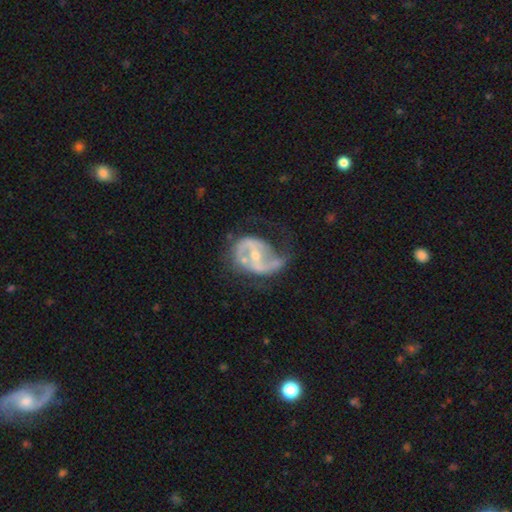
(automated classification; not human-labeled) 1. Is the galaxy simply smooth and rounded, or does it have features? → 82% featured or disk, 11% smooth, 6% star or artifact.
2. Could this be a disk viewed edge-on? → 97% no, 3% yes.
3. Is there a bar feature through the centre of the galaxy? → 37% weak, 36% strong, 27% no.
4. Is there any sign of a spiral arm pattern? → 82% yes, 18% no.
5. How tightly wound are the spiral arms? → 44% medium, 38% loose, 18% tight.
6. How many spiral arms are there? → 68% 2, 18% 1, 10% can't tell, 2% 3, 1% 4, 1% more than 4.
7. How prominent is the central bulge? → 55% small, 40% moderate, 2% none, 1% large, 1% dominant.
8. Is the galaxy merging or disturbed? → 38% none, 31% major disturbance, 27% minor disturbance, 4% merger.